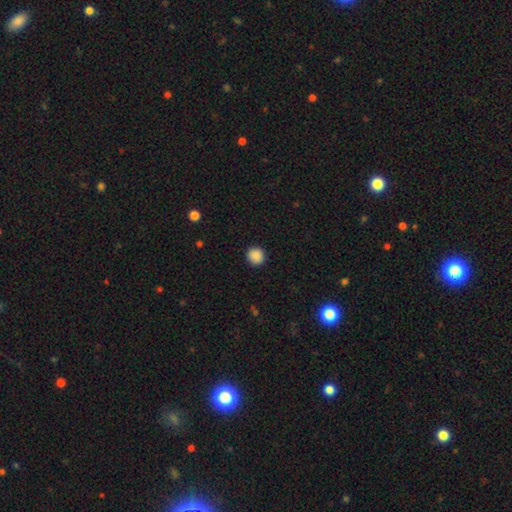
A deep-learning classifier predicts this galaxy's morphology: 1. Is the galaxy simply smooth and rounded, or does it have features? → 89% smooth, 9% star or artifact, 2% featured or disk.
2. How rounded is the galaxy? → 92% round, 7% in between, 1% cigar-shaped.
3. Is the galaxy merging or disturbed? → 92% none, 5% minor disturbance, 2% major disturbance, 1% merger.